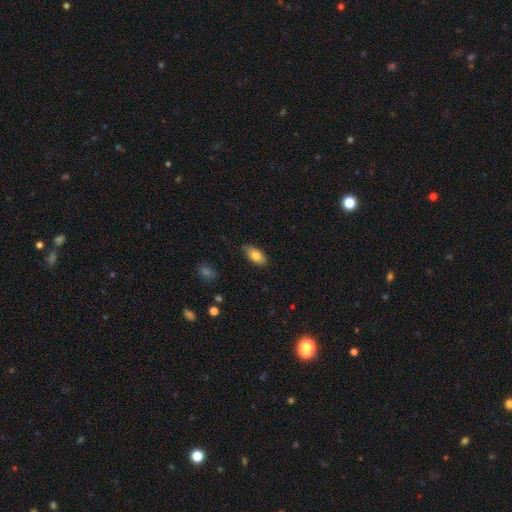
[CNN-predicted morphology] Smooth or featured? smooth (79%)
How rounded? in between (89%)
Merging? none (81%)